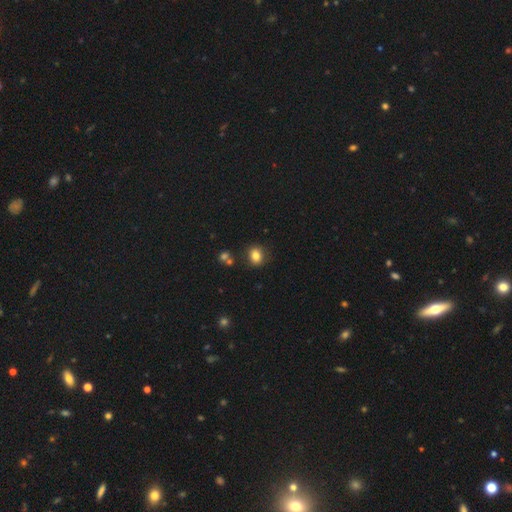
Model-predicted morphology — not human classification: The model was most divided on "how rounded": round: 56%, in between: 43%, cigar-shaped: 1%. More confident: merging — none (83%); smooth or featured — smooth (82%).